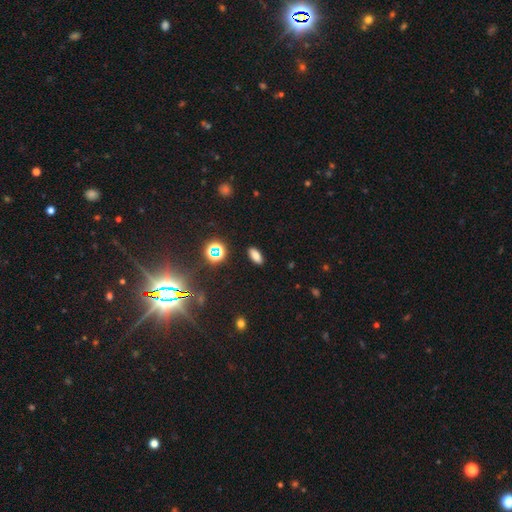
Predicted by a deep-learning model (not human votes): Morphology: type=smooth (74%); roundness=in between (82%); merging=none (89%).